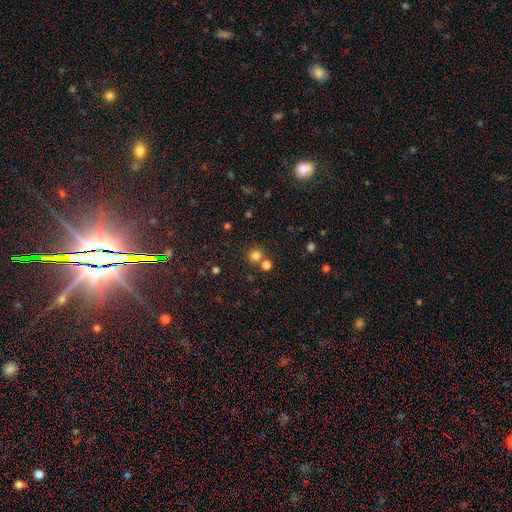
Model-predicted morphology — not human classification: The model was most divided on "merging": none: 68%, merger: 22%, minor disturbance: 6%, major disturbance: 3%. More confident: how rounded — round (91%); smooth or featured — smooth (77%).